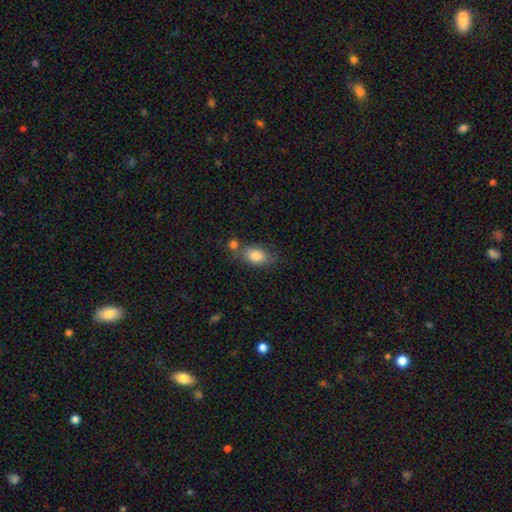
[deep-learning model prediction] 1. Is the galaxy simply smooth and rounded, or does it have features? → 84% smooth, 9% featured or disk, 8% star or artifact.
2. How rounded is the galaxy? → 85% in between, 13% round, 2% cigar-shaped.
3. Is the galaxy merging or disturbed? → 59% none, 19% merger, 17% minor disturbance, 5% major disturbance.